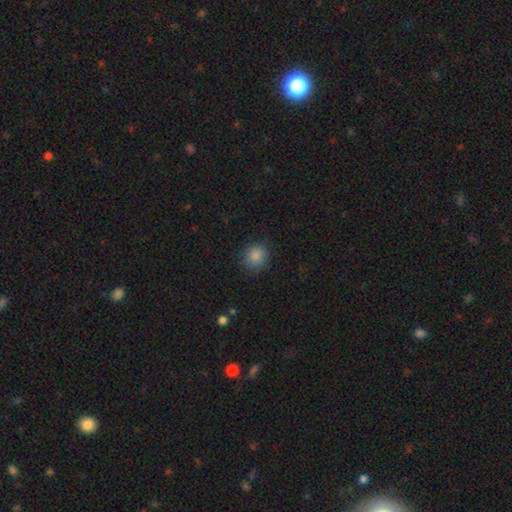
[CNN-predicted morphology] This is clearly a smooth galaxy (86%). How rounded: clearly round (84%). Merging: clearly none (85%).